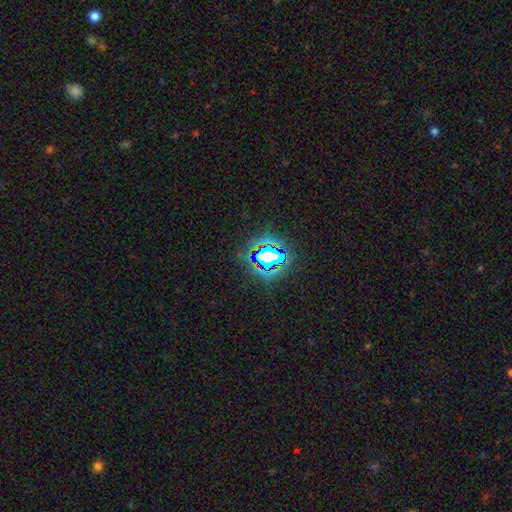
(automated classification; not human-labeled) Smooth or featured? star or artifact (80%)